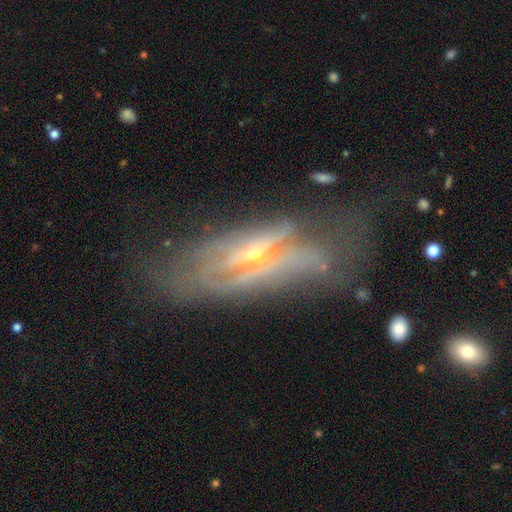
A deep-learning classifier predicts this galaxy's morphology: featured or disk 70%, smooth 20%, star or artifact 10%. Down the decision tree: edge-on disk — yes (51%); merging — none (43%).